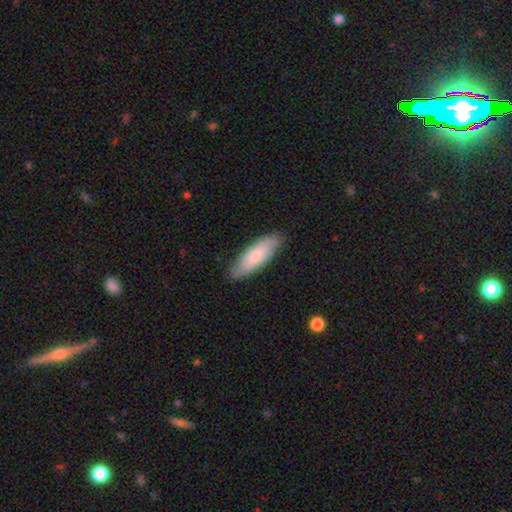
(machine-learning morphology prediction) smooth_or_featured: smooth (p=0.77) [alt: featured or disk p=0.18]
how_rounded: in between (p=0.61) [alt: cigar-shaped p=0.38]
merging: none (p=0.85) [alt: minor disturbance p=0.12]